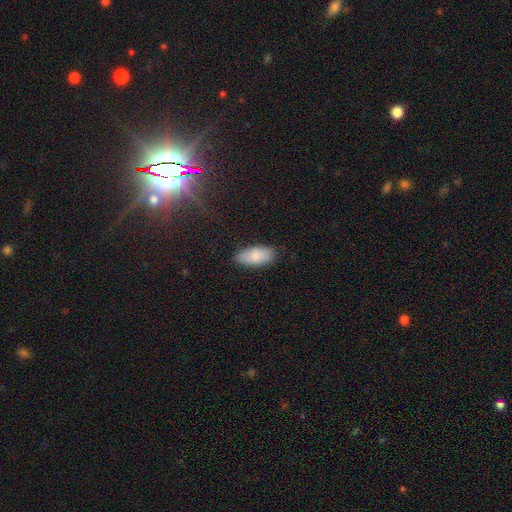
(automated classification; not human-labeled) Smooth or featured? smooth (86%)
How rounded? in between (91%)
Merging? none (84%)